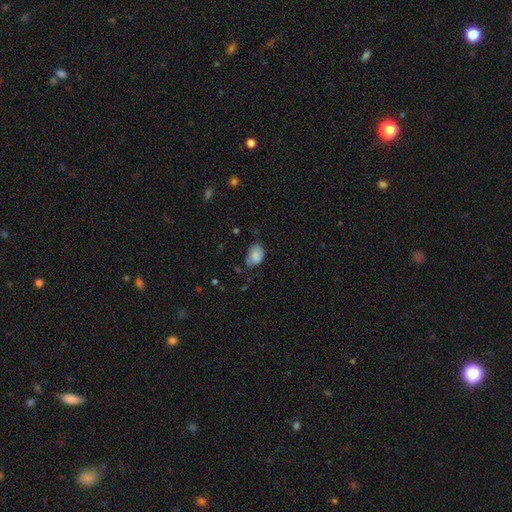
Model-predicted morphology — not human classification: This appears to be a smooth galaxy with no disk features (79%) that is in between round and cigar-shaped (82%). Merging: none (49%).